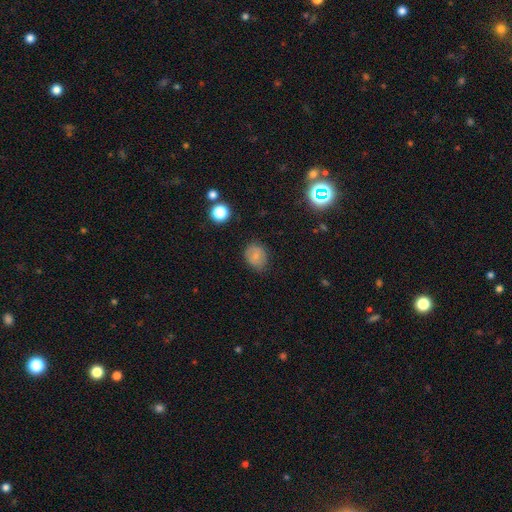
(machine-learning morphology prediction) The model was most divided on "how rounded": round: 53%, in between: 46%, cigar-shaped: 1%. More confident: merging — none (76%); smooth or featured — smooth (74%).